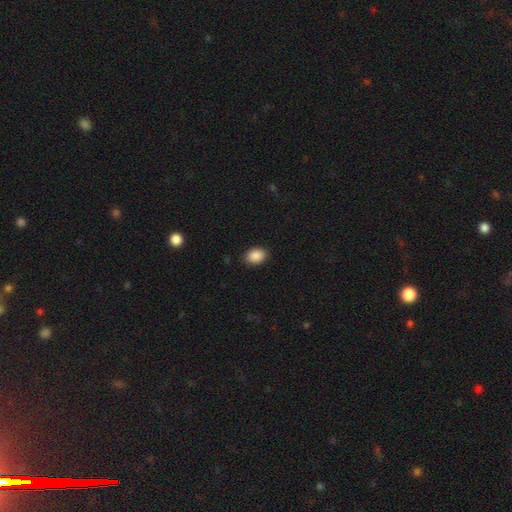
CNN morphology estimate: Smooth or featured?
  - smooth: 89% *
  - star or artifact: 8%
  - featured or disk: 3%
How rounded?
  - in between: 78% *
  - round: 21%
  - cigar-shaped: 1%
Merging?
  - none: 88% *
  - minor disturbance: 9%
  - major disturbance: 2%
  - merger: 1%